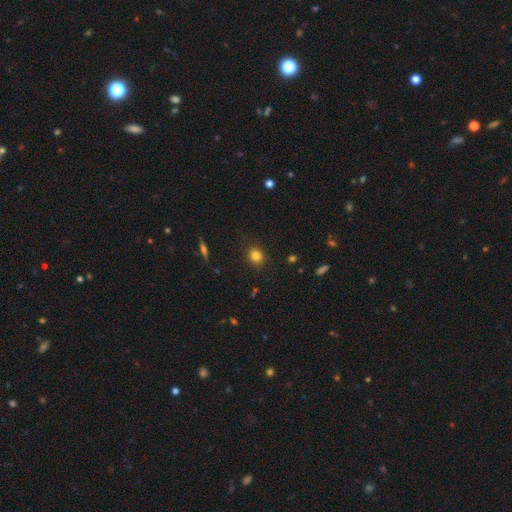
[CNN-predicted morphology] Smooth or featured? smooth (81%)
How rounded? round (81%)
Merging? none (87%)